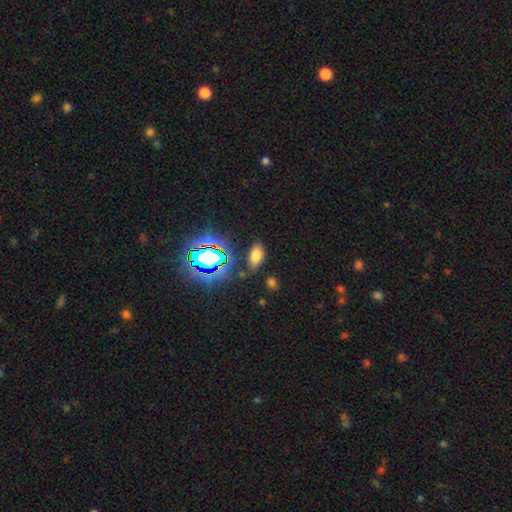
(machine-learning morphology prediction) A smooth galaxy with no disk features (68%) that is in between round and cigar-shaped (91%).

Vote fractions:
- Smooth or featured? smooth: 68% / star or artifact: 24% / featured or disk: 8%
- How rounded? in between: 91% / round: 5% / cigar-shaped: 3%
- Merging? none: 80% / minor disturbance: 12% / major disturbance: 4% / merger: 3%